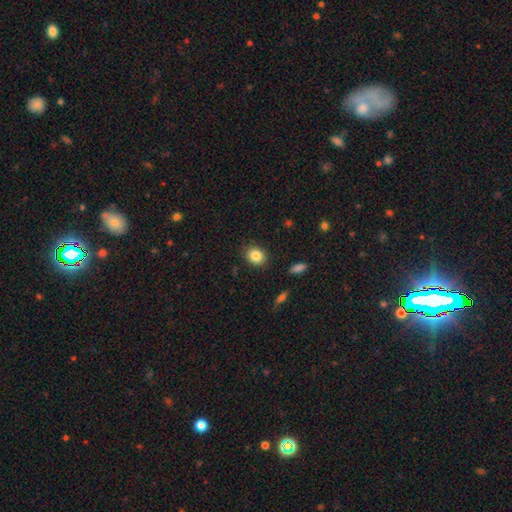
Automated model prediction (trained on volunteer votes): Smooth or featured? Predicted: smooth (p=0.84). How rounded? Predicted: round (p=0.59). Merging? Predicted: none (p=0.86).